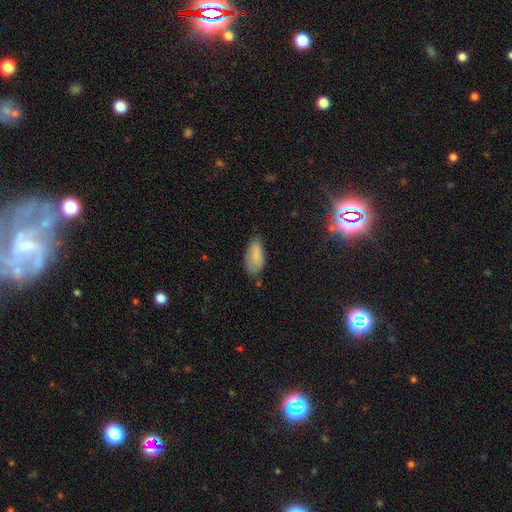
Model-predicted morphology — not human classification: type=smooth (82%); roundness=in between (89%); merging=none (56%).